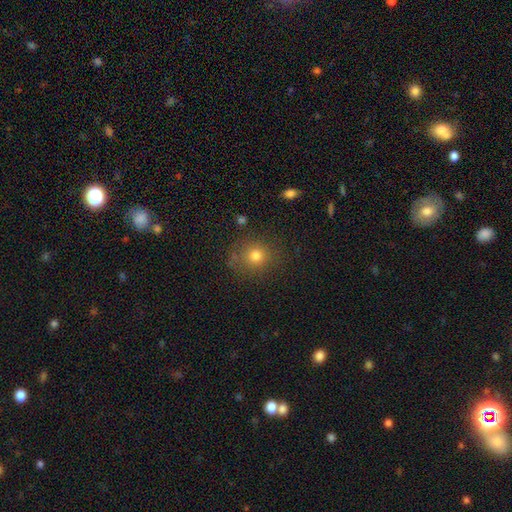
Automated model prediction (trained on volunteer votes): A smooth galaxy with no disk features (74%) that is round (86%). Merging: none (81%).